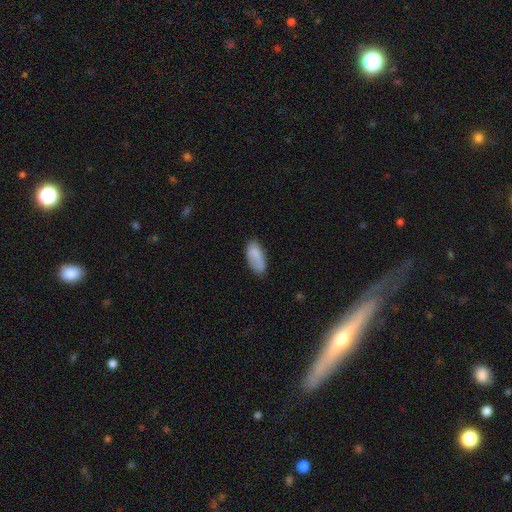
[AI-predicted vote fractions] smooth_or_featured: smooth (p=0.83) [alt: featured or disk p=0.10]
how_rounded: in between (p=0.89) [alt: cigar-shaped p=0.08]
merging: none (p=0.72) [alt: minor disturbance p=0.20]